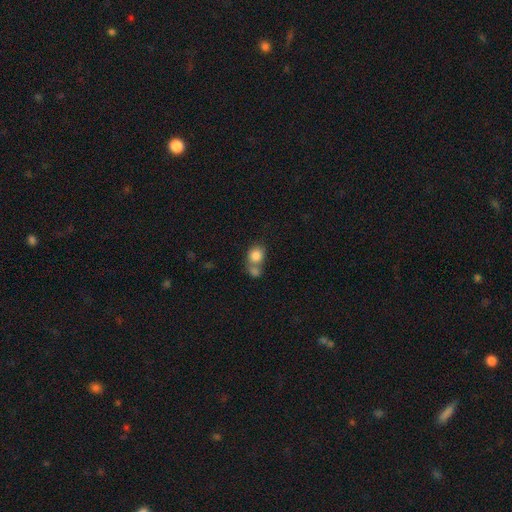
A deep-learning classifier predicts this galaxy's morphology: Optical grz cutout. It shows a smooth galaxy with no disk features (84%) that is round (71%). Merging: merger (51%).